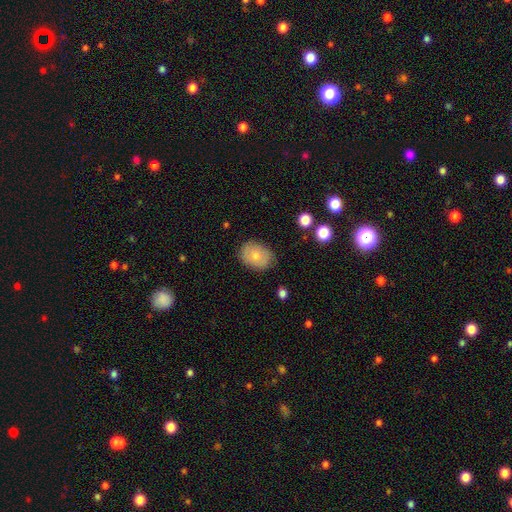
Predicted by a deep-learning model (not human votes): This is likely a smooth galaxy (71%). How rounded: likely in between (65%). Merging: clearly none (80%).